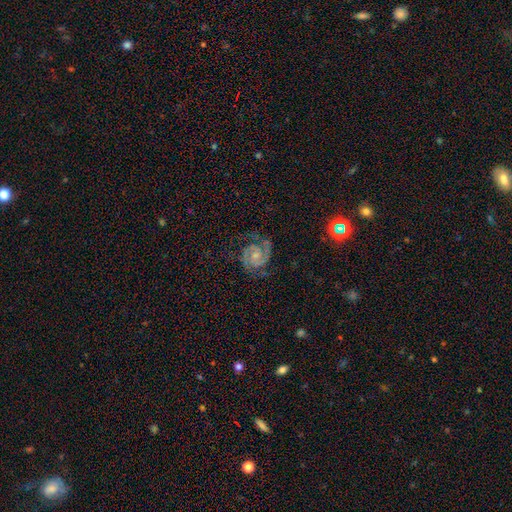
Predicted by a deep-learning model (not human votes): smooth_or_featured: featured or disk (p=0.89) [alt: star or artifact p=0.06]
disk_edge_on: no (p=0.98) [alt: yes p=0.02]
bar: no (p=0.65) [alt: weak p=0.29]
has_spiral_arms: yes (p=0.98) [alt: no p=0.02]
spiral_winding: tight (p=0.53) [alt: medium p=0.41]
spiral_arm_count: 2 (p=0.88) [alt: 3 p=0.04]
bulge_size: small (p=0.55) [alt: moderate p=0.34]
merging: none (p=0.73) [alt: minor disturbance p=0.17]